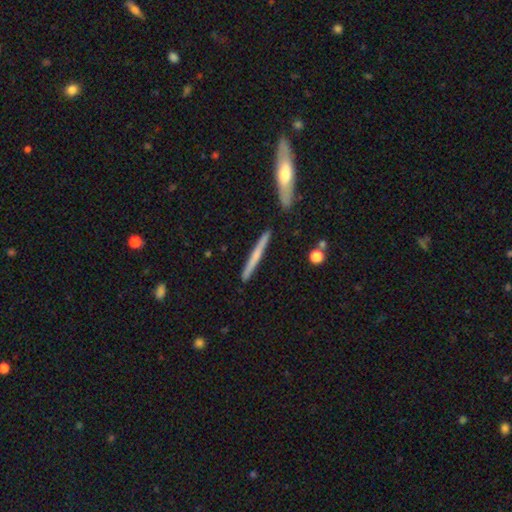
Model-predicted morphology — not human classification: Overall: smooth (48%; featured or disk 47%). Merging: none (88%).